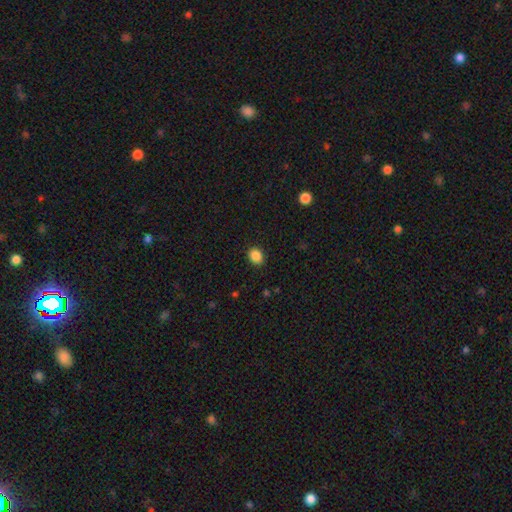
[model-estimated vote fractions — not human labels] A smooth galaxy with no disk features (87%) that is in between round and cigar-shaped (50%). Merging: none (89%).